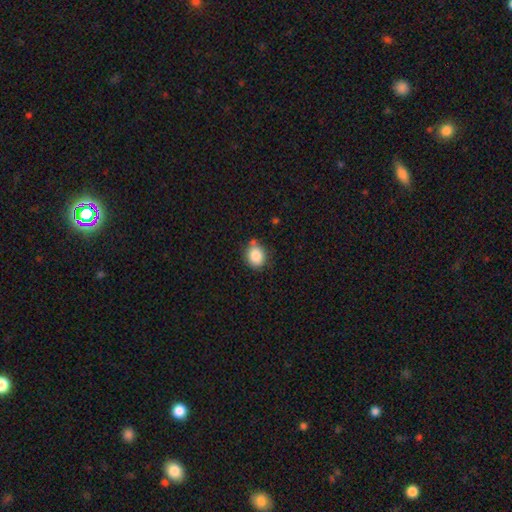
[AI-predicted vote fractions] This is clearly a smooth galaxy (85%). How rounded: likely round (63%). Merging: likely none (72%).